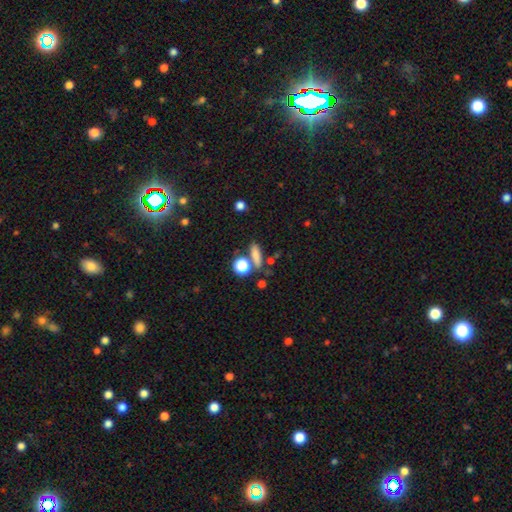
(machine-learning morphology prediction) This is likely a smooth galaxy (75%). How rounded: possibly cigar-shaped (46%). Merging: likely none (68%).